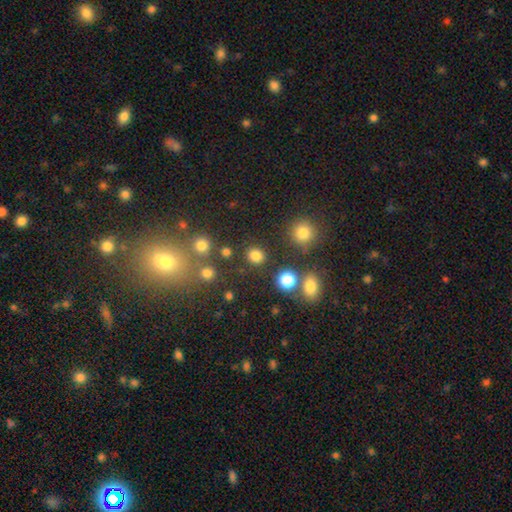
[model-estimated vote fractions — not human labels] A smooth galaxy with no disk features (81%) that is round (83%).

Vote fractions:
- Smooth or featured? smooth: 81% / star or artifact: 15% / featured or disk: 4%
- How rounded? round: 83% / in between: 16% / cigar-shaped: 1%
- Merging? none: 86% / minor disturbance: 7% / merger: 4% / major disturbance: 3%